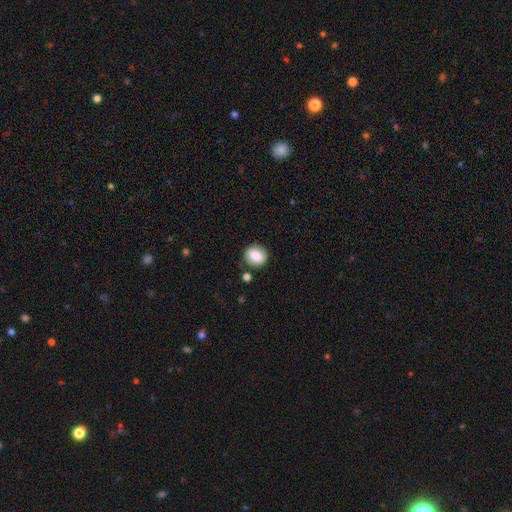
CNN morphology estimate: smooth_or_featured: smooth (p=0.77) [alt: featured or disk p=0.15]
how_rounded: round (p=0.73) [alt: in between p=0.26]
merging: none (p=0.82) [alt: minor disturbance p=0.11]